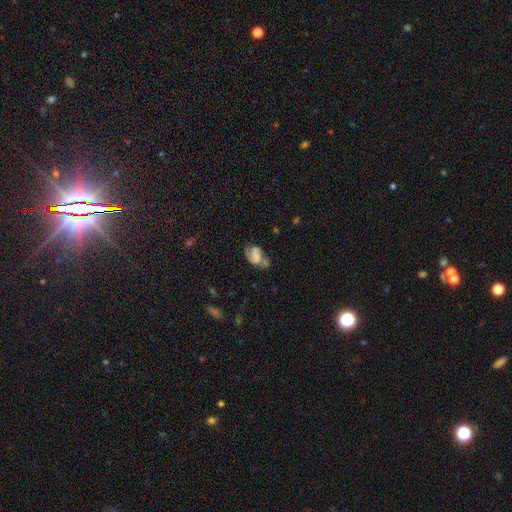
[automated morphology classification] type=featured or disk (50%); edge-on=no (97%); merging=none (37%).